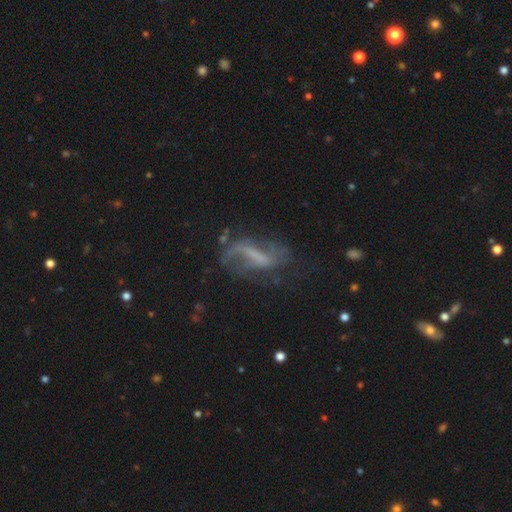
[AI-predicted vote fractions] Smooth or featured?
  - featured or disk: 69% *
  - smooth: 19%
  - star or artifact: 12%
Edge-on disk?
  - no: 90% *
  - yes: 10%
Bar?
  - strong: 40% *
  - weak: 34%
  - no: 25%
Spiral arms?
  - yes: 71% *
  - no: 29%
Bulge size?
  - none: 55% *
  - small: 21%
  - moderate: 17%
  - large: 6%
  - dominant: 2%
Merging?
  - none: 46% *
  - major disturbance: 28%
  - minor disturbance: 22%
  - merger: 5%